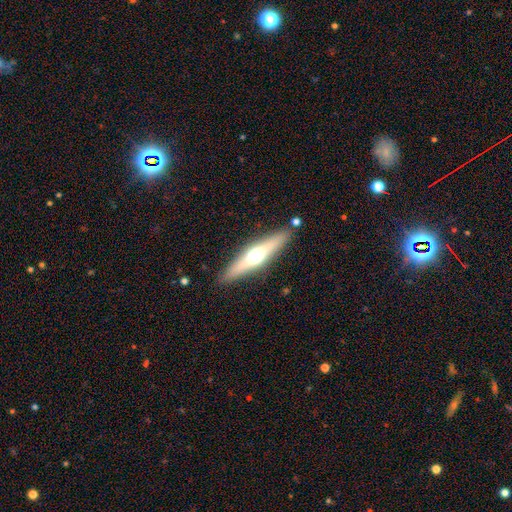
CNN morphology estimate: Smooth or featured? Predicted: featured or disk (p=0.57). Edge-on disk? Predicted: yes (p=0.93). Edge-on bulge? Predicted: rounded (p=0.92). Merging? Predicted: none (p=0.87).